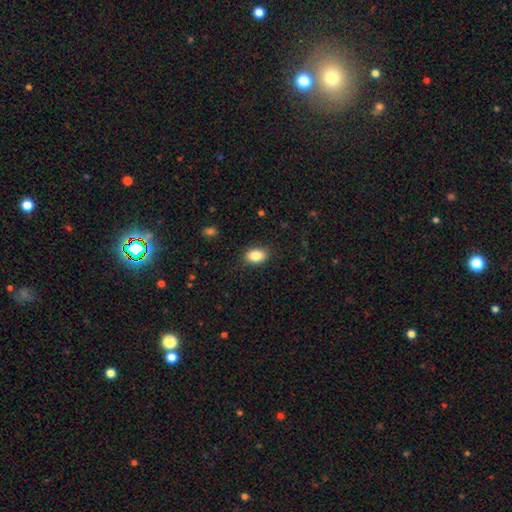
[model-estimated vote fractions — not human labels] A smooth galaxy with no disk features (85%) that is in between round and cigar-shaped (82%).

Vote fractions:
- Smooth or featured? smooth: 85% / star or artifact: 8% / featured or disk: 6%
- How rounded? in between: 82% / round: 16% / cigar-shaped: 1%
- Merging? none: 86% / minor disturbance: 10% / major disturbance: 3% / merger: 1%